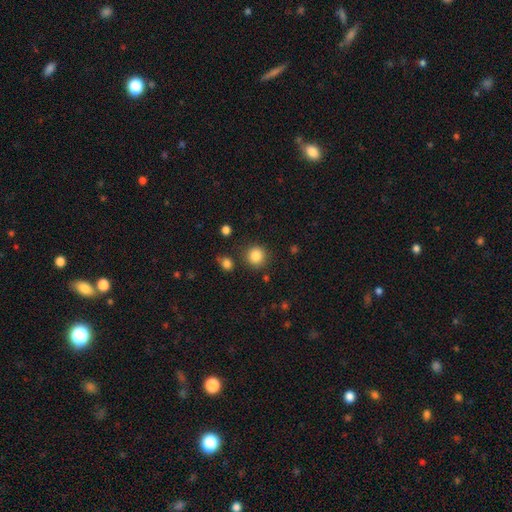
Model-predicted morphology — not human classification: This is clearly a smooth galaxy (86%). How rounded: clearly round (91%). Merging: clearly none (86%).